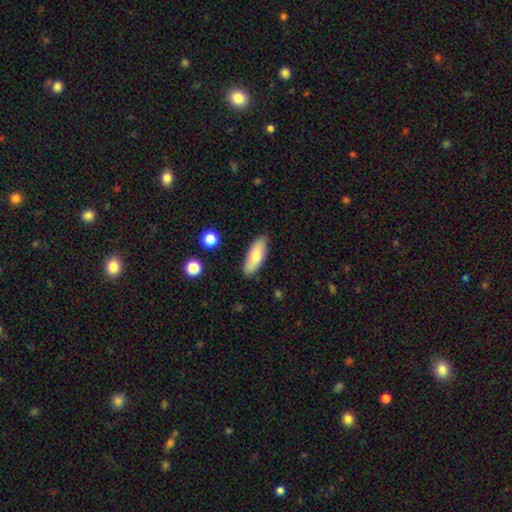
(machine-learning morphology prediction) Overall: smooth (74%). How rounded: in between (69%). Merging: none (85%).